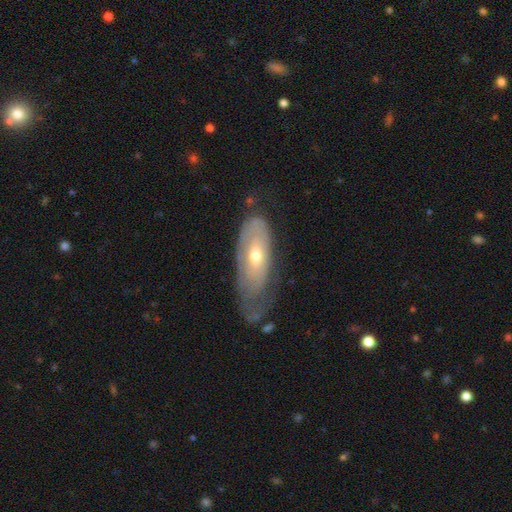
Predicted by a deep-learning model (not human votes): Q: Smooth or featured?
A: featured or disk (60%); runner-up: smooth (33%)
Q: Edge-on disk?
A: no (82%); runner-up: yes (18%)
Q: Merging?
A: none (44%); runner-up: minor disturbance (32%)